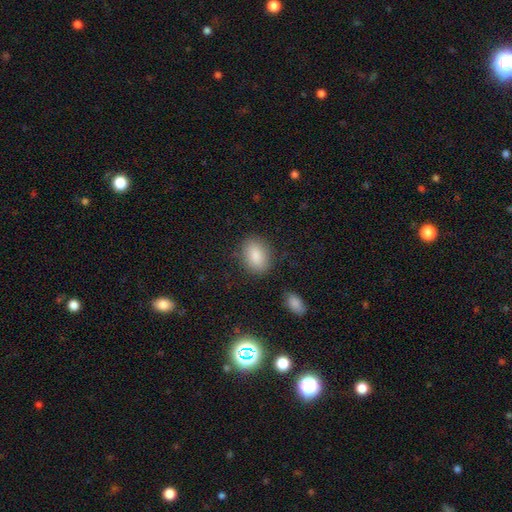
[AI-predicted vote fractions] Morphology: type=smooth (87%); roundness=in between (76%); merging=none (83%).